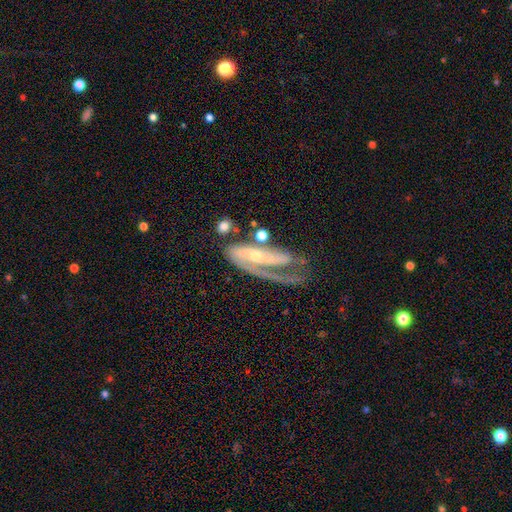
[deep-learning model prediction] This appears to be a featured or disk galaxy (83%) with no bar (47%), 1 (55%) medium (38%) spiral arms (91%) and a small central bulge (59%). Merging: major disturbance (36%).